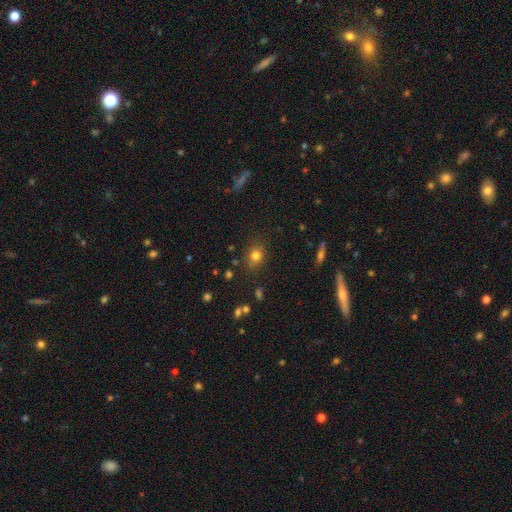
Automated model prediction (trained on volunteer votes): This is likely a smooth galaxy (78%). How rounded: possibly round (57%). Merging: clearly none (82%).